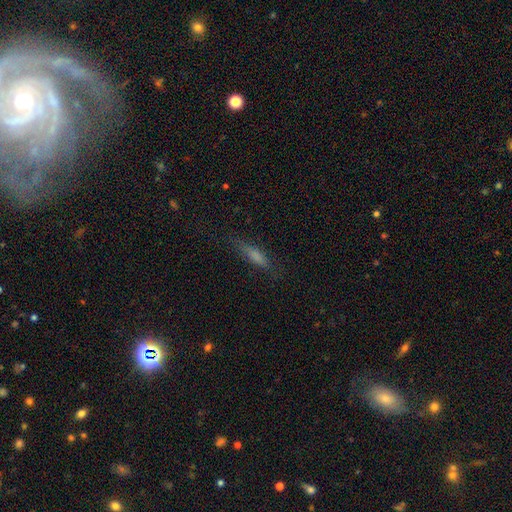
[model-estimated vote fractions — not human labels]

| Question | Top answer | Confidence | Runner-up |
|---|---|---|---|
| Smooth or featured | smooth | 65% | featured or disk (24%) |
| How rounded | cigar-shaped | 74% | in between (24%) |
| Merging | none | 75% | minor disturbance (17%) |